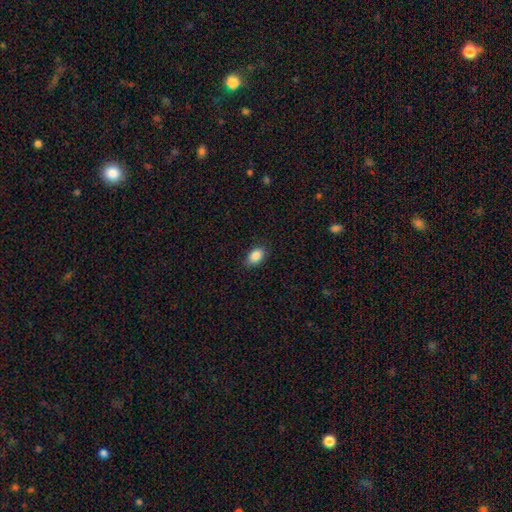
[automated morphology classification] Smooth or featured?
  - smooth: 88% *
  - star or artifact: 8%
  - featured or disk: 4%
How rounded?
  - in between: 88% *
  - round: 11%
  - cigar-shaped: 2%
Merging?
  - none: 86% *
  - minor disturbance: 11%
  - major disturbance: 2%
  - merger: 1%